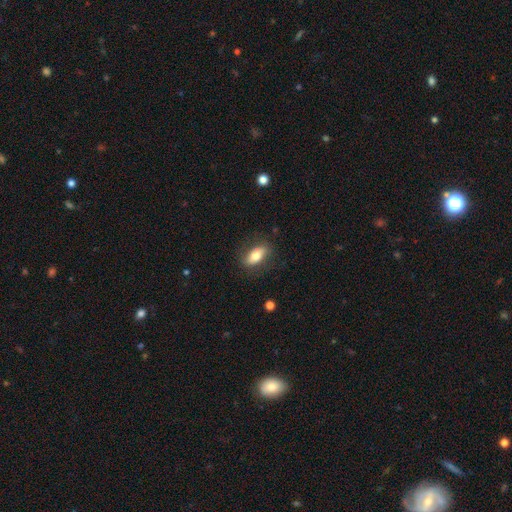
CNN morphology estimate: Smooth or featured: smooth — 72% (featured or disk — 21%)
How rounded: in between — 84% (cigar-shaped — 10%)
Merging: none — 81% (minor disturbance — 13%)